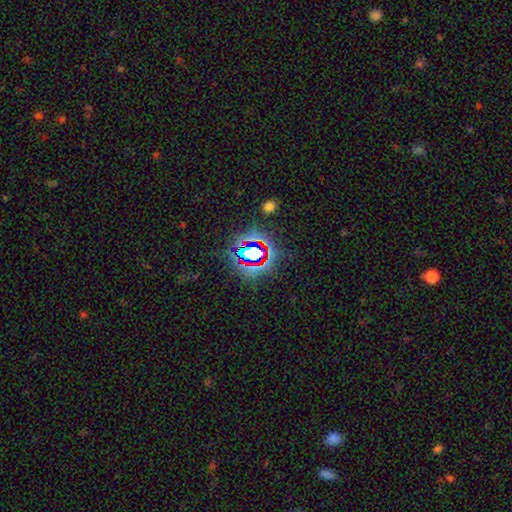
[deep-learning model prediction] This appears to be a star or artifact, not a galaxy (73%).